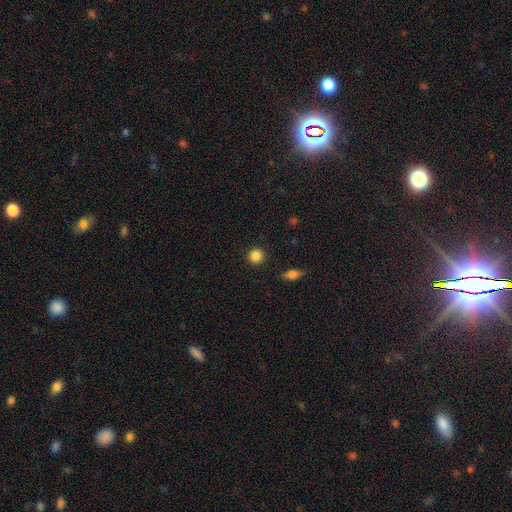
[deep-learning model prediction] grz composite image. It shows a smooth galaxy with no disk features (86%) that is round (94%). Merging: none (92%).